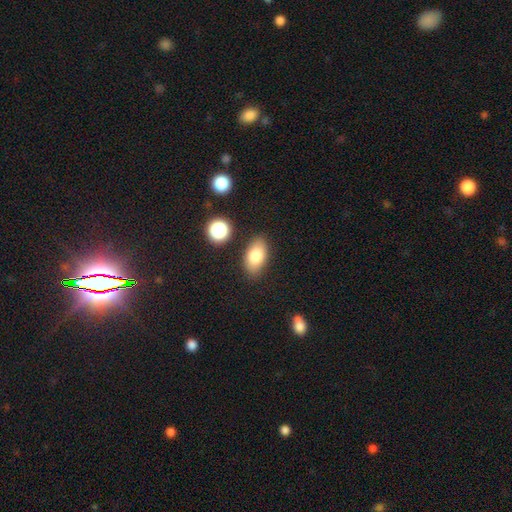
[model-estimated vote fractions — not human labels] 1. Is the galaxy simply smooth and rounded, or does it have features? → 81% smooth, 11% featured or disk, 8% star or artifact.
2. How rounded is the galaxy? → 91% in between, 7% round, 2% cigar-shaped.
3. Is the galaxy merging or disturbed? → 83% none, 11% minor disturbance, 3% merger, 3% major disturbance.